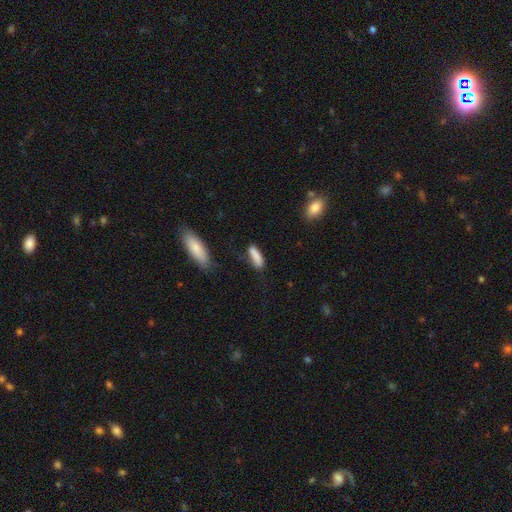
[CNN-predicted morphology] This is clearly a smooth galaxy (85%). How rounded: possibly cigar-shaped (53%). Merging: likely none (65%).